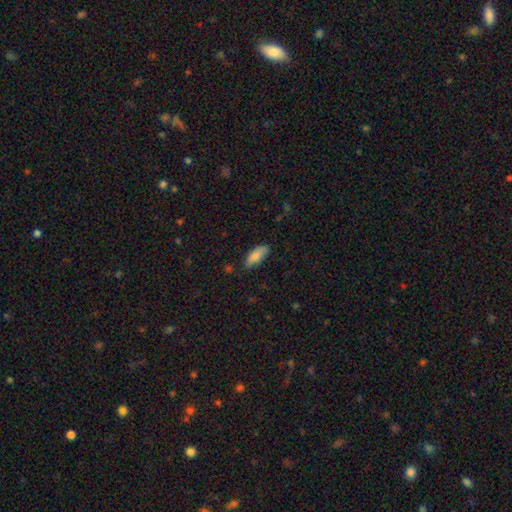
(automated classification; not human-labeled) Smooth or featured?
  - smooth: 84% *
  - featured or disk: 10%
  - star or artifact: 7%
How rounded?
  - in between: 81% *
  - cigar-shaped: 17%
  - round: 2%
Merging?
  - none: 67% *
  - minor disturbance: 26%
  - major disturbance: 5%
  - merger: 2%